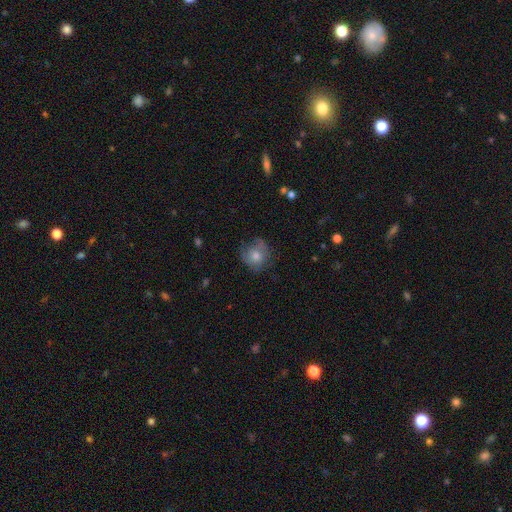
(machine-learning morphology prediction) Smooth or featured?
  - smooth: 64% *
  - featured or disk: 25%
  - star or artifact: 11%
How rounded?
  - round: 85% *
  - in between: 14%
  - cigar-shaped: 1%
Merging?
  - none: 65% *
  - minor disturbance: 24%
  - major disturbance: 10%
  - merger: 2%